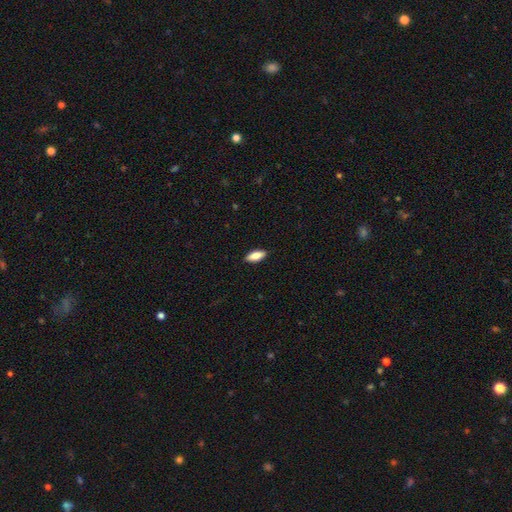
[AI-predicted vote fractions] smooth_or_featured: smooth (p=0.83) [alt: featured or disk p=0.10]
how_rounded: in between (p=0.77) [alt: cigar-shaped p=0.21]
merging: none (p=0.89) [alt: minor disturbance p=0.08]